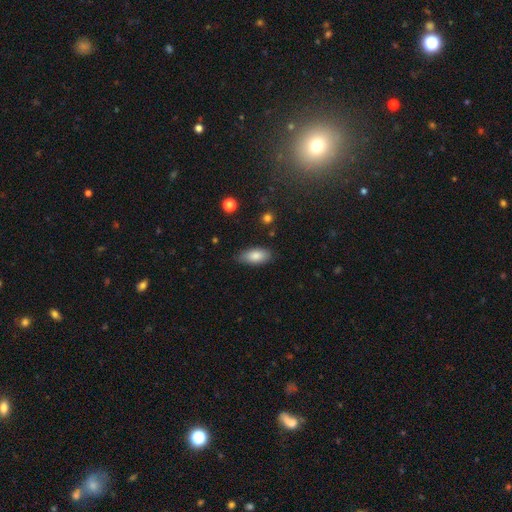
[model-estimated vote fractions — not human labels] Overall: smooth (84%). How rounded: in between (88%). Merging: none (81%).